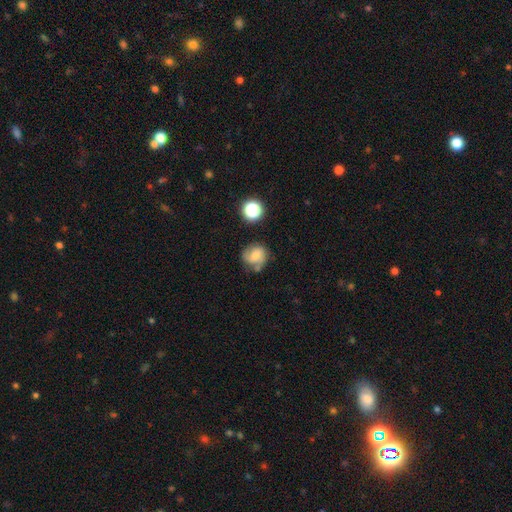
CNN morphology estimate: This is possibly a smooth galaxy (47%). Merging: possibly none (58%).